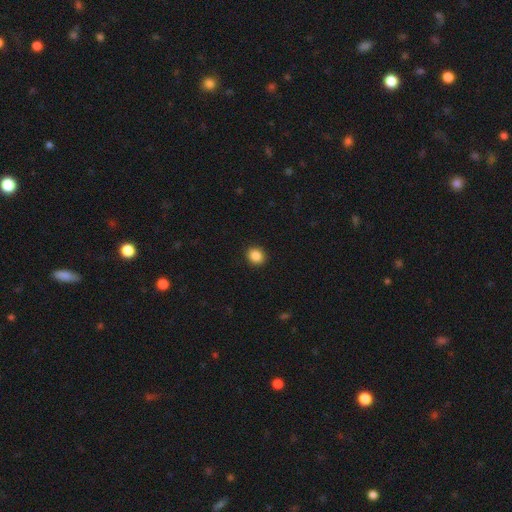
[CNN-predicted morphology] Overall: smooth (87%). How rounded: round (72%). Merging: none (91%).